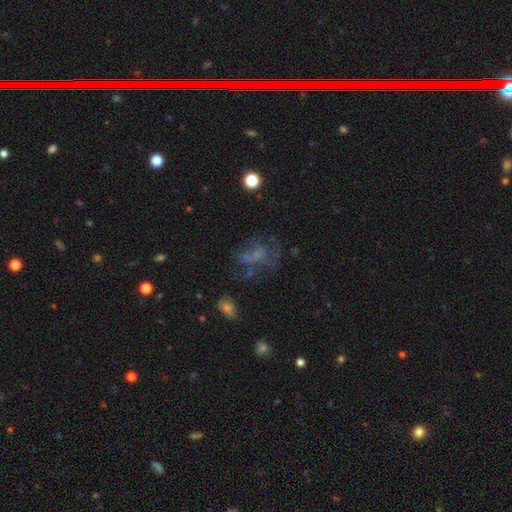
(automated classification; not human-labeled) smooth_or_featured: featured or disk (p=0.43) [alt: smooth p=0.31]
merging: none (p=0.42) [alt: major disturbance p=0.31]